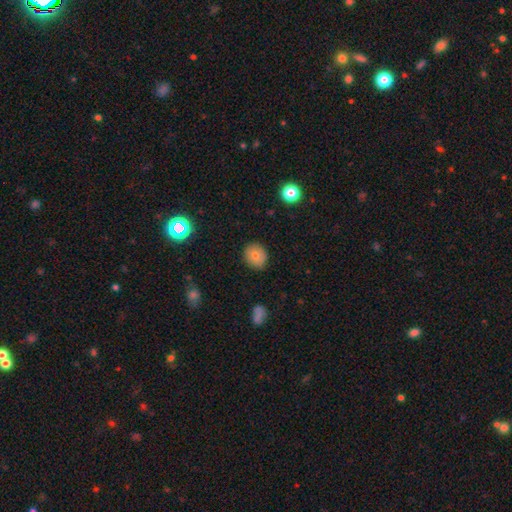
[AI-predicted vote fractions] A smooth galaxy with no disk features (76%) that is round (76%). Merging: none (87%).